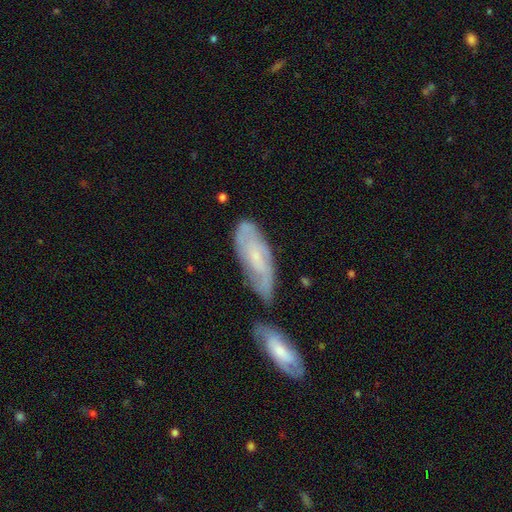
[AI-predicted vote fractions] featured or disk 60%, smooth 33%, star or artifact 7%. Down the decision tree: edge-on disk — no (88%); bar — no (55%); spiral arms — yes (84%); bulge size — small (62%); merging — none (55%).